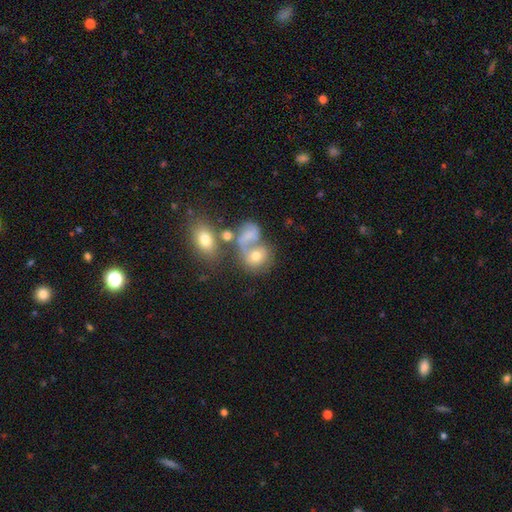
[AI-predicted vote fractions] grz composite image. It shows a smooth galaxy with no disk features (42%). Merging: merger (41%).